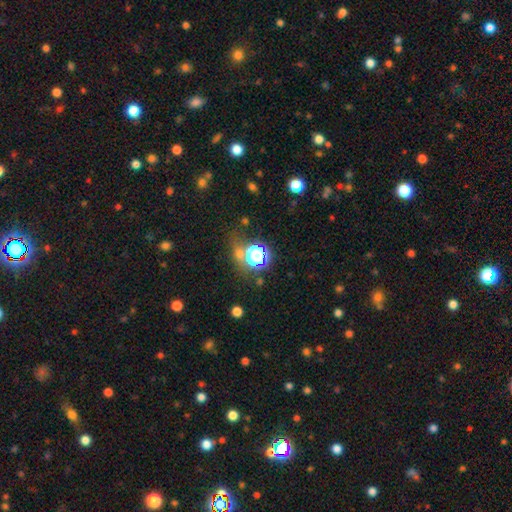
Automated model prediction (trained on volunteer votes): Smooth or featured? star or artifact (50%)